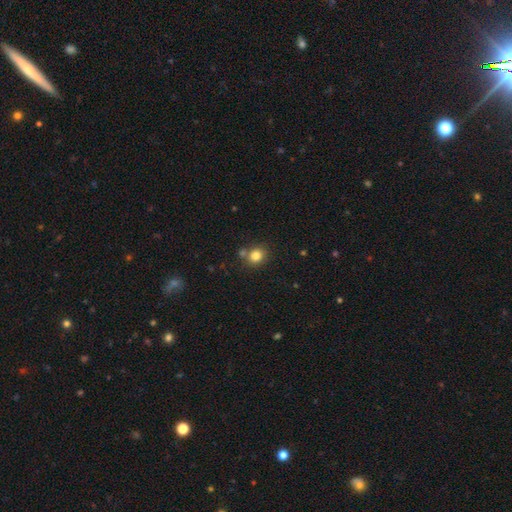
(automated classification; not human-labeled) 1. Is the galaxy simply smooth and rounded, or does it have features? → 81% smooth, 12% star or artifact, 7% featured or disk.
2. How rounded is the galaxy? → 78% round, 21% in between, 1% cigar-shaped.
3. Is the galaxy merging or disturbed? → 71% none, 15% merger, 11% minor disturbance, 3% major disturbance.